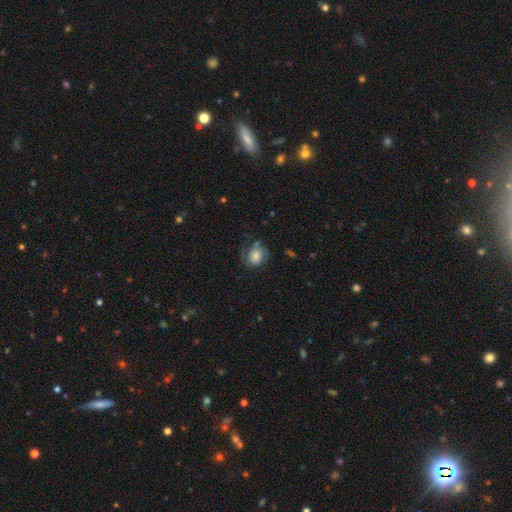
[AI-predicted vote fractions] smooth 60%, featured or disk 31%, star or artifact 9%. Down the decision tree: how rounded — round (59%); merging — none (52%).